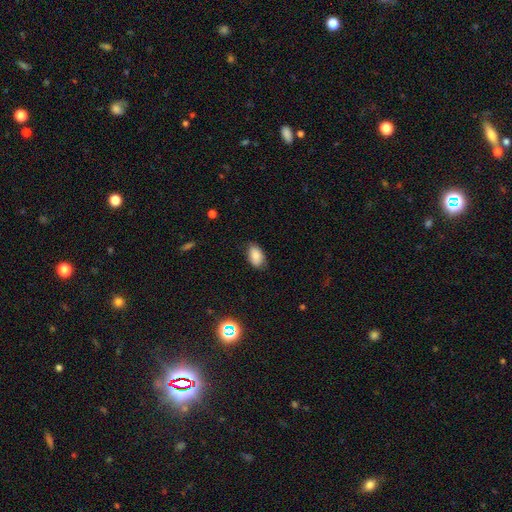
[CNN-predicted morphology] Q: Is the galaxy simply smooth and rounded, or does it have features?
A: smooth — 84%.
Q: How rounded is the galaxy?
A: in between — 92%.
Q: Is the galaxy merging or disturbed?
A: none — 78%.